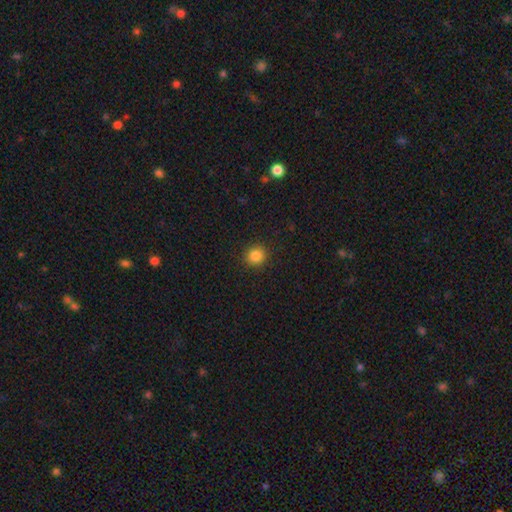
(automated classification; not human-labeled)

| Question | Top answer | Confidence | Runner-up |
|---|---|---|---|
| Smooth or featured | smooth | 85% | star or artifact (11%) |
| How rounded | round | 89% | in between (10%) |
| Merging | none | 91% | minor disturbance (6%) |